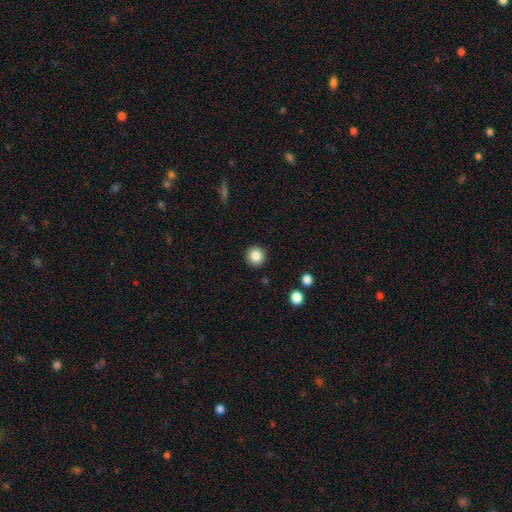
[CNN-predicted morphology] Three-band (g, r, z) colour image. It shows a smooth galaxy with no disk features (85%) that is round (93%). Merging: none (91%).